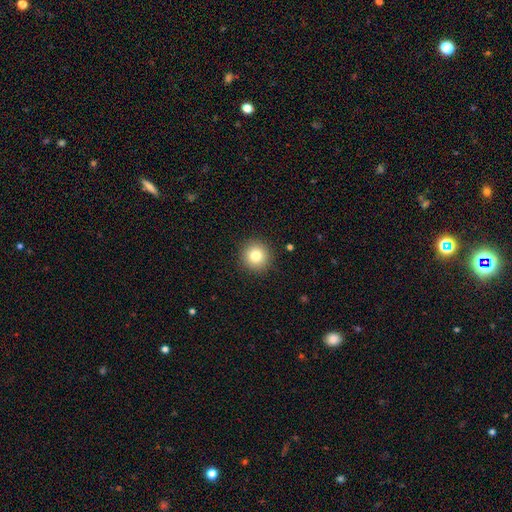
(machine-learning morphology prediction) This appears to be a smooth galaxy with no disk features (81%) that is round (95%). Merging: none (91%).